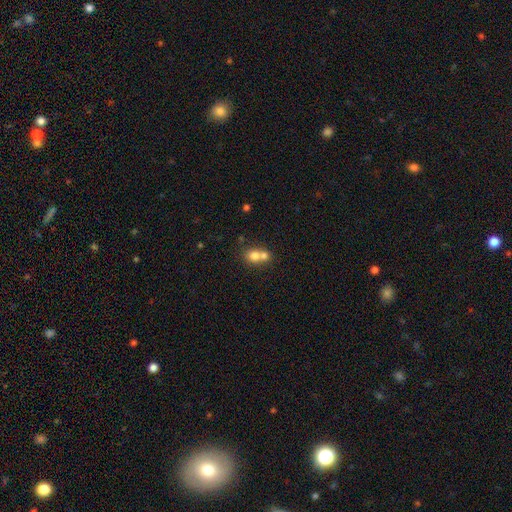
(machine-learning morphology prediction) smooth_or_featured: smooth (p=0.73) [alt: featured or disk p=0.16]
how_rounded: round (p=0.66) [alt: in between p=0.32]
merging: merger (p=0.66) [alt: none p=0.26]